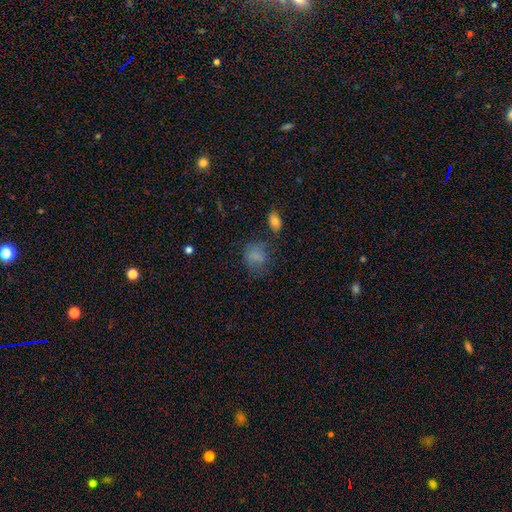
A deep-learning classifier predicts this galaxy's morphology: A smooth galaxy with no disk features (76%) that is round (56%). Merging: none (57%).